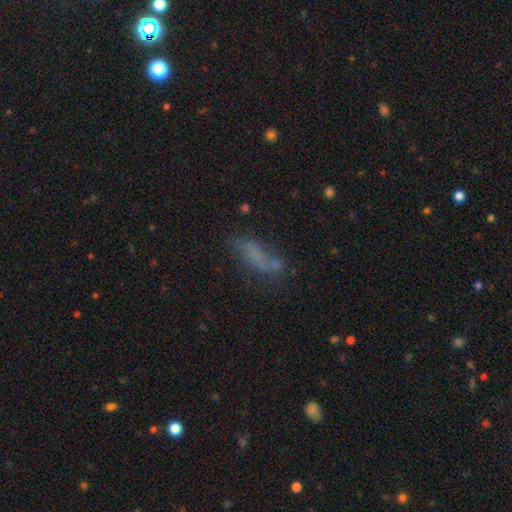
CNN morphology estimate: Smooth or featured? Predicted: smooth (p=0.54). How rounded? Predicted: in between (p=0.58). Merging? Predicted: none (p=0.46).